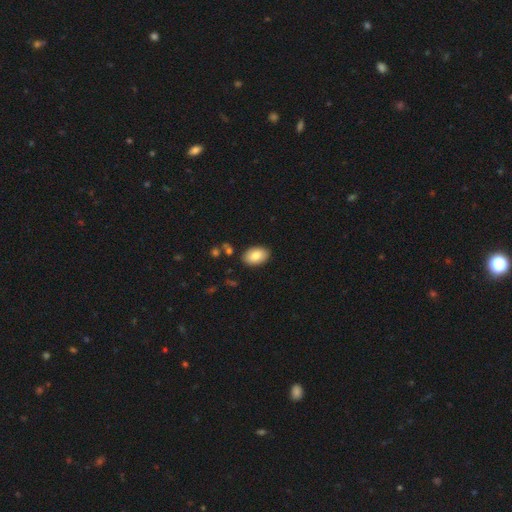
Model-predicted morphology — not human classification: type=smooth (84%); roundness=in between (90%); merging=none (87%).